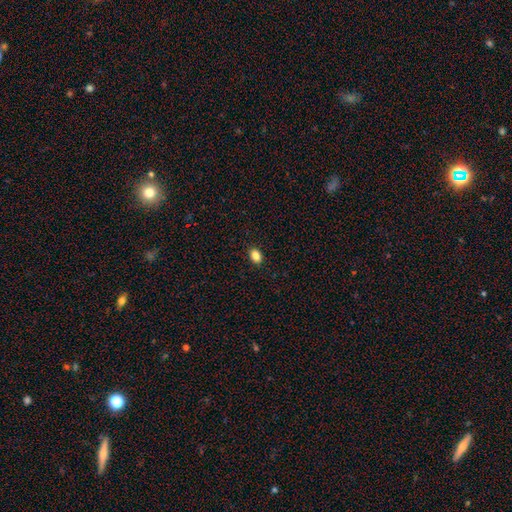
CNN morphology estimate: Smooth or featured?
  - smooth: 86% *
  - star or artifact: 10%
  - featured or disk: 5%
How rounded?
  - in between: 82% *
  - round: 17%
  - cigar-shaped: 2%
Merging?
  - none: 90% *
  - minor disturbance: 7%
  - major disturbance: 2%
  - merger: 1%